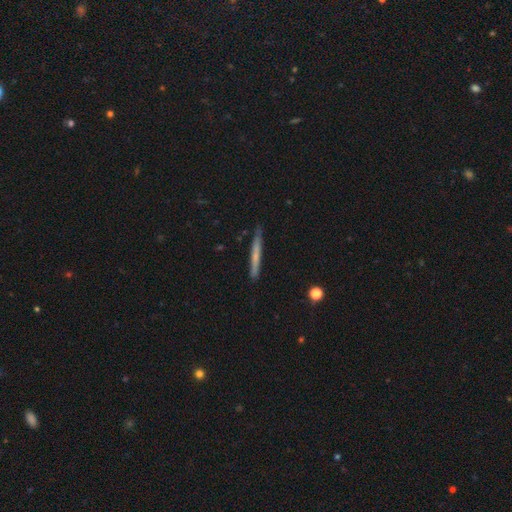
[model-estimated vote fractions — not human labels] Q: Smooth or featured?
A: smooth (51%); runner-up: featured or disk (42%)
Q: How rounded?
A: cigar-shaped (96%); runner-up: in between (2%)
Q: Merging?
A: none (86%); runner-up: minor disturbance (11%)